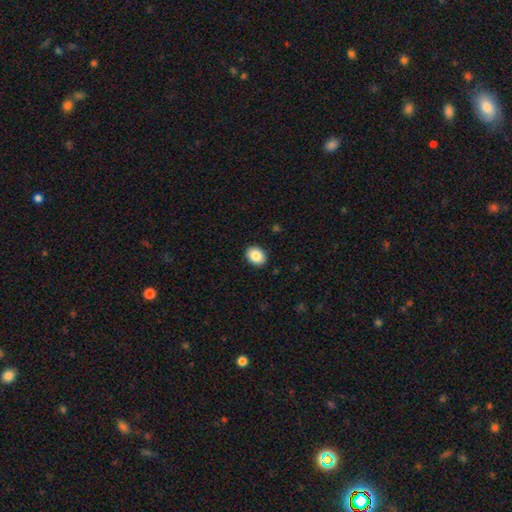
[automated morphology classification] smooth-or-featured: smooth: 87% | star or artifact: 8% | featured or disk: 5%
  how-rounded: in between: 61% | round: 38% | cigar-shaped: 1%
  merging: none: 91% | minor disturbance: 7% | major disturbance: 2% | merger: 1%